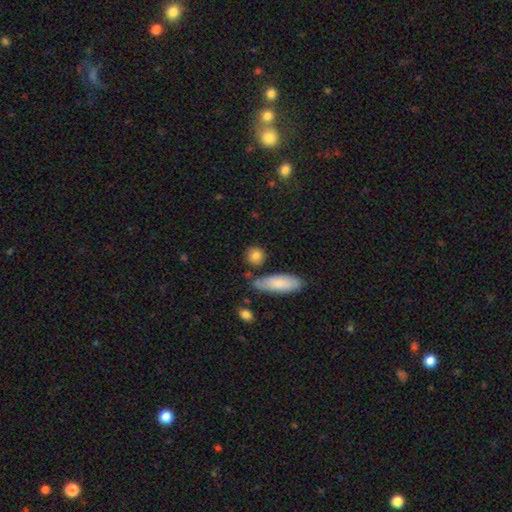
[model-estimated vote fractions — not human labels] A smooth galaxy with no disk features (83%) that is round (75%).

Vote fractions:
- Smooth or featured? smooth: 83% / featured or disk: 10% / star or artifact: 8%
- How rounded? round: 75% / in between: 20% / cigar-shaped: 5%
- Merging? none: 75% / minor disturbance: 14% / merger: 7% / major disturbance: 4%